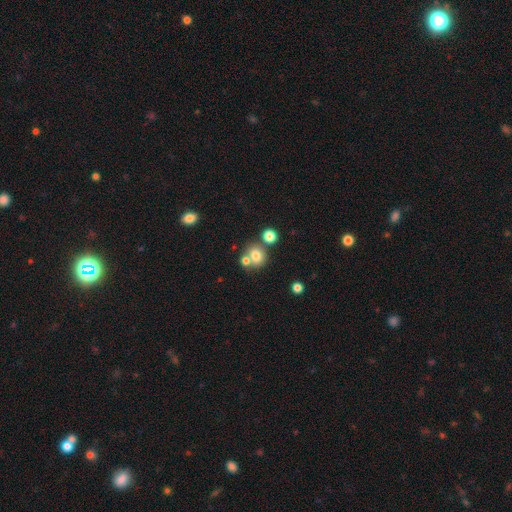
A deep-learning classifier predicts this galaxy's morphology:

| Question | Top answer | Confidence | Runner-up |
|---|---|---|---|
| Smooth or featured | smooth | 75% | star or artifact (13%) |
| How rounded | round | 75% | in between (24%) |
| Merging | none | 54% | merger (34%) |